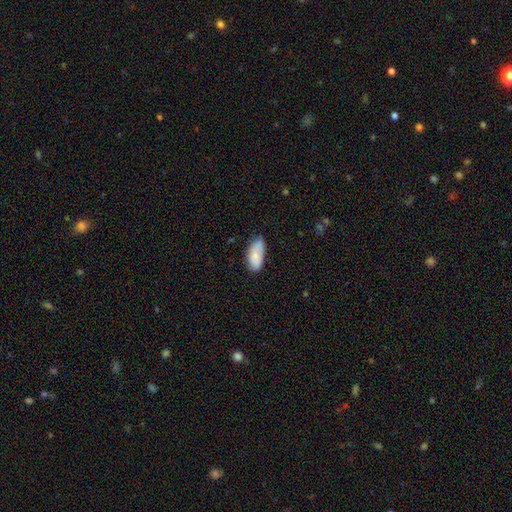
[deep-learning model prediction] Overall: smooth (82%). How rounded: in between (91%). Merging: none (64%; minor disturbance 29%).